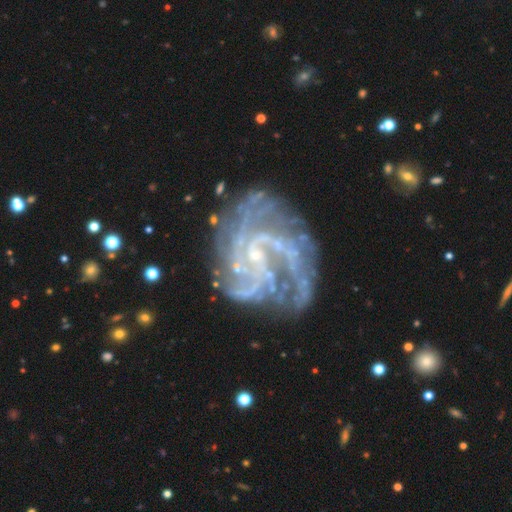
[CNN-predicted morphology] A featured or disk galaxy (89%) with no bar (55%), 4 (25%) tight (48%) spiral arms (97%) and a small central bulge (77%).

Vote fractions:
- Smooth or featured? featured or disk: 89% / star or artifact: 7% / smooth: 4%
- Edge-on disk? no: 98% / yes: 2%
- Bar? no: 55% / weak: 35% / strong: 10%
- Spiral arms? yes: 97% / no: 3%
- Spiral winding? tight: 48% / medium: 41% / loose: 11%
- Spiral arm count? 4: 25% / 3: 21% / can't tell: 19% / 2: 13% / more than 4: 12% / 1: 9%
- Bulge size? small: 77% / none: 12% / moderate: 9% / large: 1% / dominant: 1%
- Merging? none: 63% / minor disturbance: 19% / major disturbance: 15% / merger: 3%